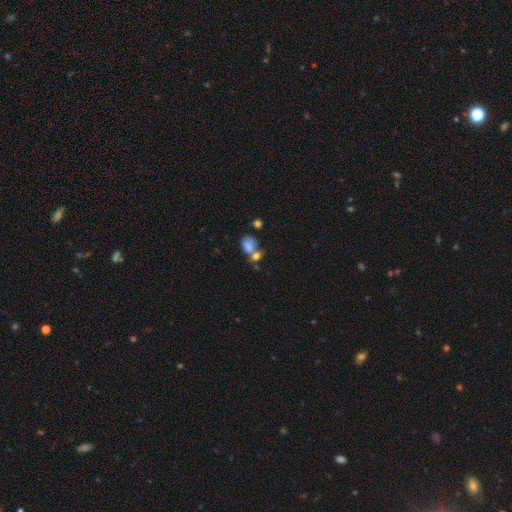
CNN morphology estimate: Smooth or featured: smooth — 45% (star or artifact — 34%)
Merging: none — 51% (merger — 29%)